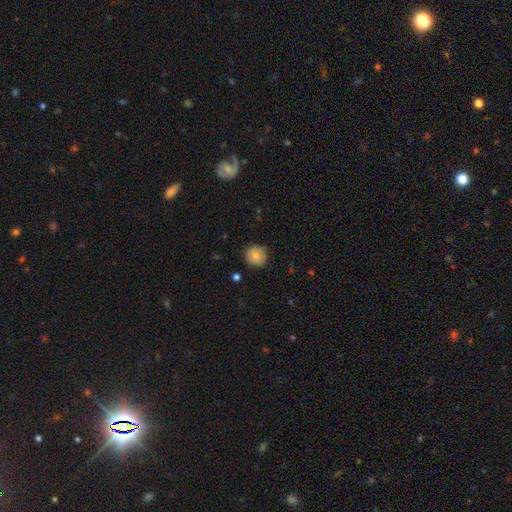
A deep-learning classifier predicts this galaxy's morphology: Q: Smooth or featured?
A: smooth (77%); runner-up: featured or disk (14%)
Q: How rounded?
A: round (91%); runner-up: in between (8%)
Q: Merging?
A: none (80%); runner-up: minor disturbance (16%)